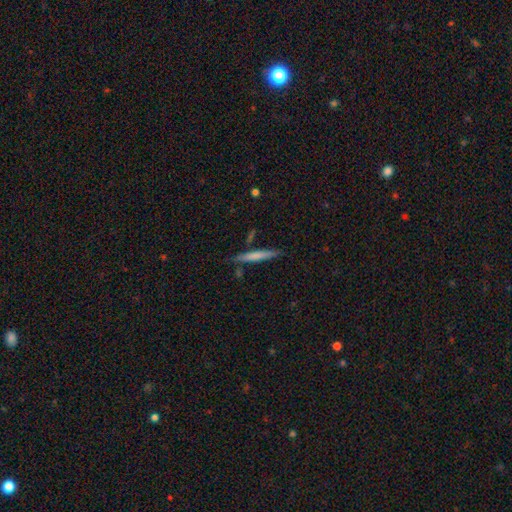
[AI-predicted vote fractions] Smooth or featured? Predicted: smooth (p=0.65). How rounded? Predicted: cigar-shaped (p=0.95). Merging? Predicted: none (p=0.82).